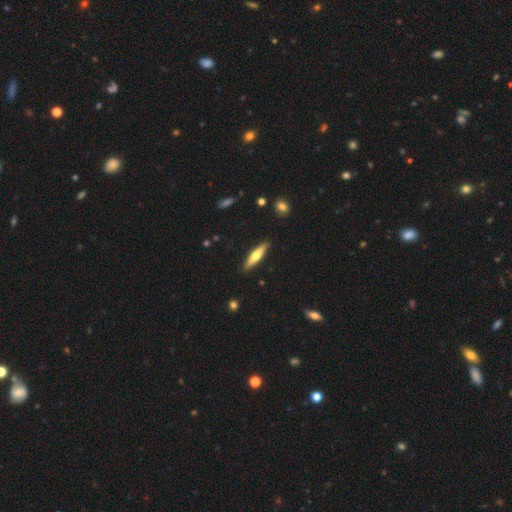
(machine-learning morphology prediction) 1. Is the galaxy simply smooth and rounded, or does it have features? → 51% smooth, 43% featured or disk, 5% star or artifact.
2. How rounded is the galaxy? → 80% cigar-shaped, 19% in between, 2% round.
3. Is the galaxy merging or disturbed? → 89% none, 8% minor disturbance, 2% major disturbance, 1% merger.